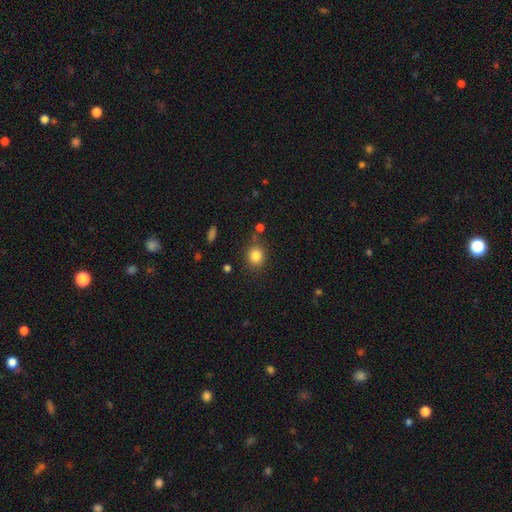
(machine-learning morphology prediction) This appears to be a smooth galaxy with no disk features (84%) that is round (75%). Merging: none (79%).